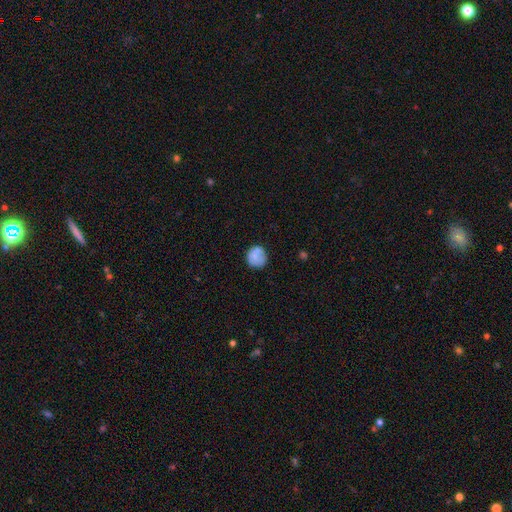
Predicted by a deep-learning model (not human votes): A smooth galaxy with no disk features (76%) that is round (85%).

Vote fractions:
- Smooth or featured? smooth: 76% / featured or disk: 16% / star or artifact: 8%
- How rounded? round: 85% / in between: 14% / cigar-shaped: 1%
- Merging? none: 68% / minor disturbance: 21% / major disturbance: 6% / merger: 5%